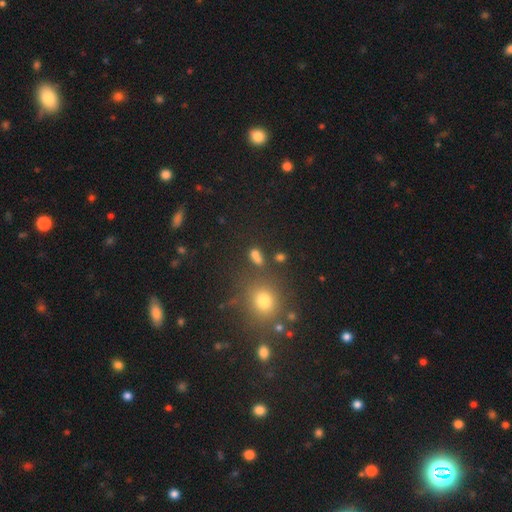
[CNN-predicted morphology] A smooth galaxy with no disk features (71%) that is in between round and cigar-shaped (62%).

Vote fractions:
- Smooth or featured? smooth: 71% / star or artifact: 21% / featured or disk: 8%
- How rounded? in between: 62% / round: 33% / cigar-shaped: 5%
- Merging? none: 62% / merger: 18% / minor disturbance: 13% / major disturbance: 7%